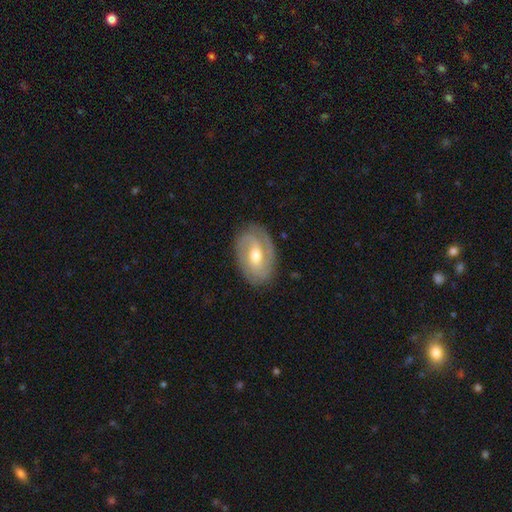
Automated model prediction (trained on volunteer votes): Smooth or featured: featured or disk — 79% (smooth — 16%)
Edge-on disk: no — 95% (yes — 5%)
Bar: weak — 46% (no — 29%)
Spiral arms: yes — 89% (no — 11%)
Spiral winding: tight — 54% (medium — 36%)
Spiral arm count: 2 — 74% (can't tell — 13%)
Bulge size: moderate — 70% (small — 22%)
Merging: none — 83% (minor disturbance — 12%)